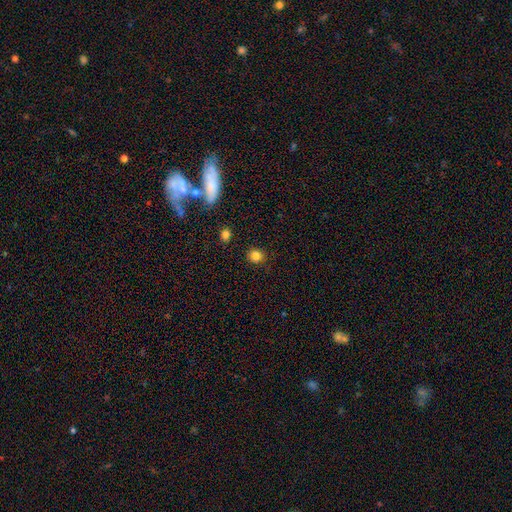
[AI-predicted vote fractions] Smooth or featured: smooth — 84% (star or artifact — 12%)
How rounded: round — 87% (in between — 13%)
Merging: none — 89% (minor disturbance — 7%)